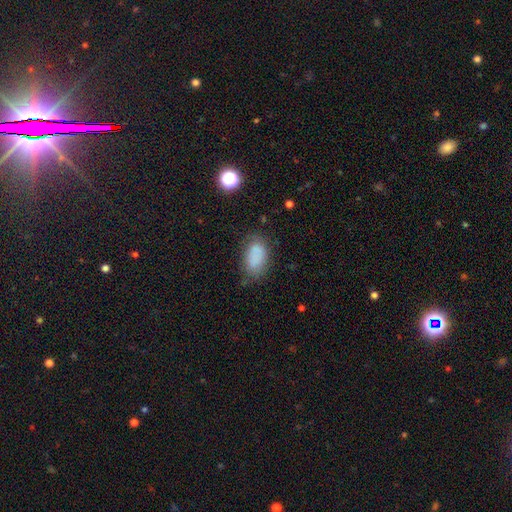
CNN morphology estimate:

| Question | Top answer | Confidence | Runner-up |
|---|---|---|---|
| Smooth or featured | smooth | 81% | star or artifact (10%) |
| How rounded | in between | 92% | round (6%) |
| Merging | none | 65% | minor disturbance (23%) |